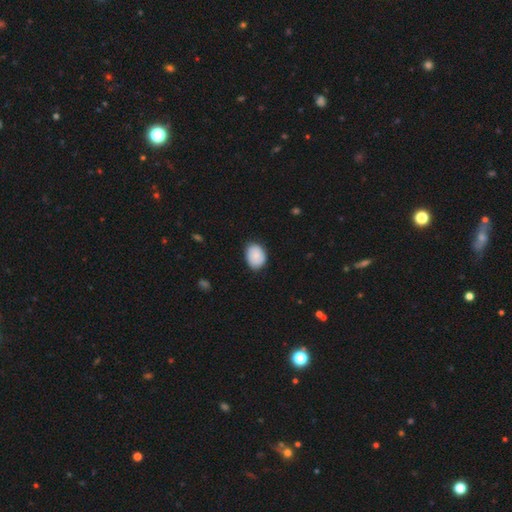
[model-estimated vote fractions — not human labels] Q: Smooth or featured?
A: smooth (85%); runner-up: featured or disk (8%)
Q: How rounded?
A: in between (70%); runner-up: round (30%)
Q: Merging?
A: none (80%); runner-up: minor disturbance (16%)